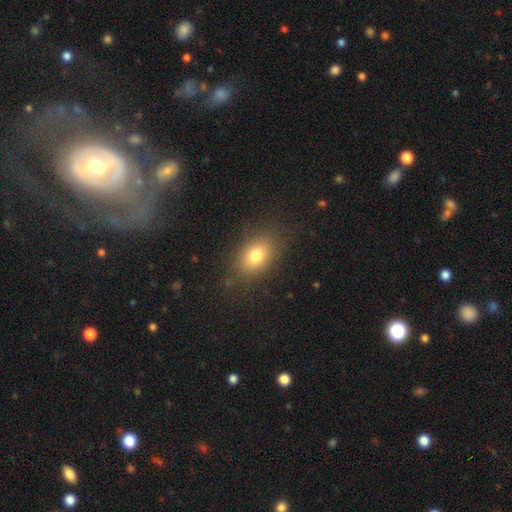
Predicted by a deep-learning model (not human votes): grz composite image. It shows a smooth galaxy with no disk features (79%) that is in between round and cigar-shaped (80%). Merging: none (83%).